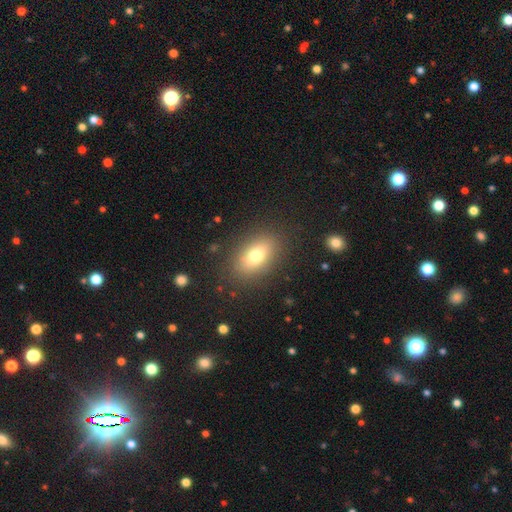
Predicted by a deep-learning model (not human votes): A smooth galaxy with no disk features (74%) that is in between round and cigar-shaped (84%).

Vote fractions:
- Smooth or featured? smooth: 74% / featured or disk: 16% / star or artifact: 10%
- How rounded? in between: 84% / round: 11% / cigar-shaped: 4%
- Merging? none: 85% / minor disturbance: 10% / major disturbance: 4% / merger: 1%